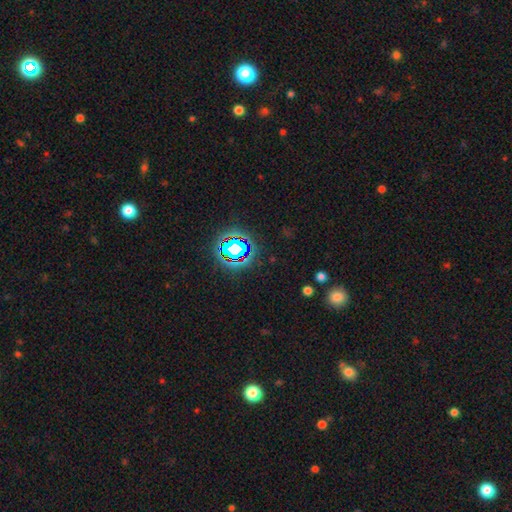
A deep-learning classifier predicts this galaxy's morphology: Smooth or featured: star or artifact — 80% (smooth — 13%)